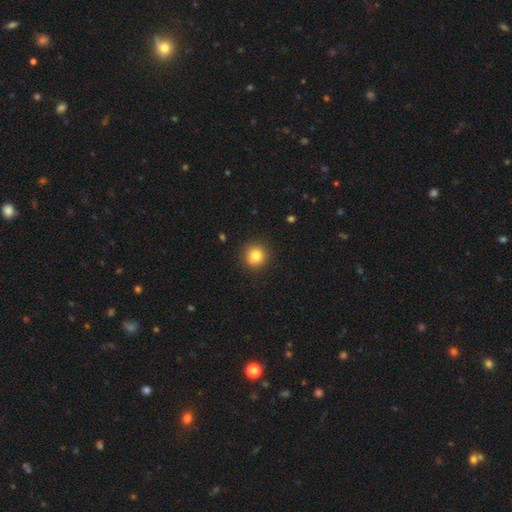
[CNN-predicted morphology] smooth-or-featured: smooth: 82% | star or artifact: 11% | featured or disk: 7%
  how-rounded: round: 92% | in between: 7% | cigar-shaped: 1%
  merging: none: 89% | minor disturbance: 8% | major disturbance: 2% | merger: 1%